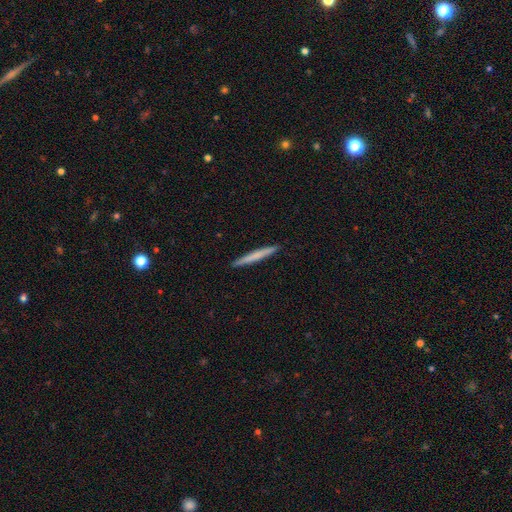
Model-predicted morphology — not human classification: Smooth or featured? smooth (63%)
How rounded? cigar-shaped (97%)
Merging? none (93%)